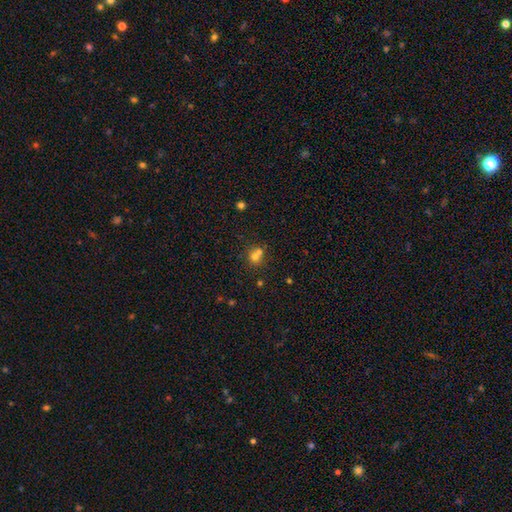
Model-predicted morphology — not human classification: A smooth galaxy with no disk features (68%) that is round (82%). Merging: merger (48%).